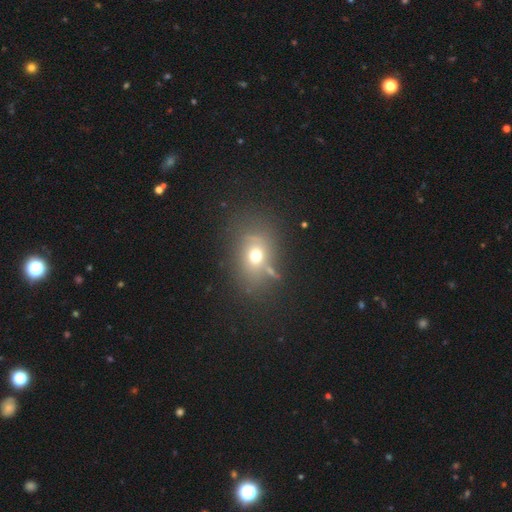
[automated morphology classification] Smooth or featured? Predicted: smooth (p=0.64). How rounded? Predicted: in between (p=0.55). Merging? Predicted: none (p=0.64).